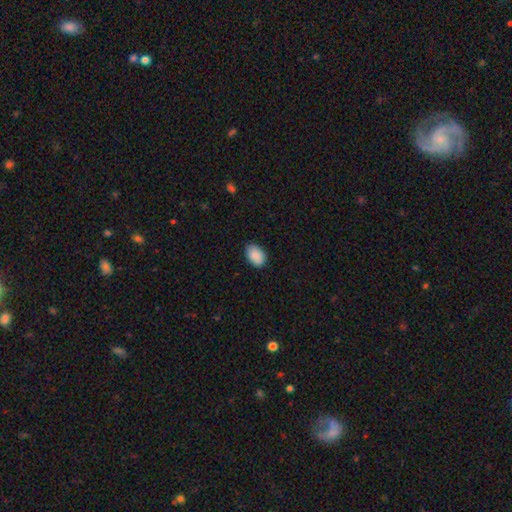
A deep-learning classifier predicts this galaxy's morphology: A smooth galaxy with no disk features (89%) that is in between round and cigar-shaped (84%). Merging: none (82%).